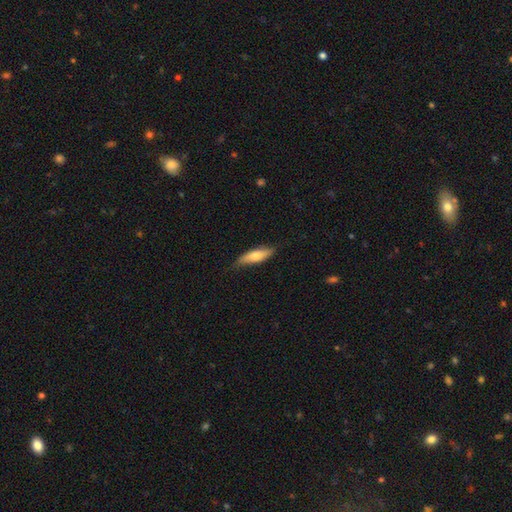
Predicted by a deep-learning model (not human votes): Smooth or featured?
  - smooth: 68% *
  - featured or disk: 26%
  - star or artifact: 6%
How rounded?
  - cigar-shaped: 53% *
  - in between: 45%
  - round: 2%
Merging?
  - none: 72% *
  - minor disturbance: 23%
  - major disturbance: 4%
  - merger: 1%